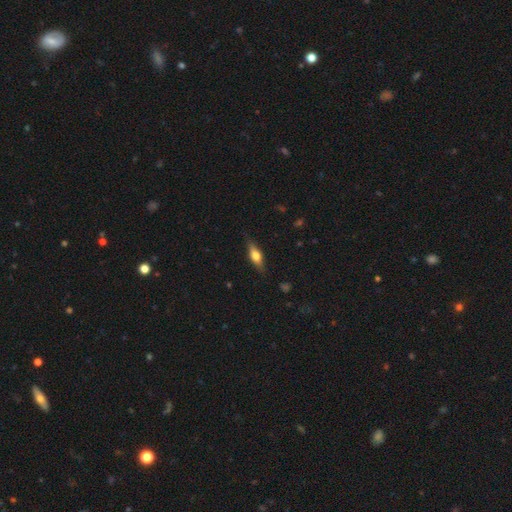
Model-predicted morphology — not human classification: Smooth or featured? Predicted: smooth (p=0.53). How rounded? Predicted: in between (p=0.51). Merging? Predicted: none (p=0.83).